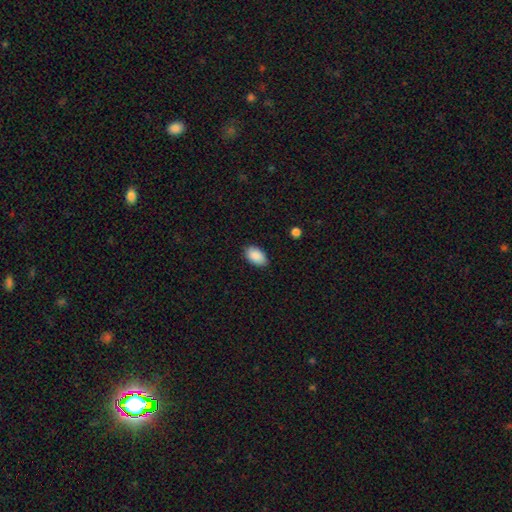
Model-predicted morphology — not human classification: A smooth galaxy with no disk features (90%) that is in between round and cigar-shaped (93%).

Vote fractions:
- Smooth or featured? smooth: 90% / star or artifact: 7% / featured or disk: 3%
- How rounded? in between: 93% / round: 6% / cigar-shaped: 1%
- Merging? none: 85% / minor disturbance: 12% / major disturbance: 2% / merger: 1%